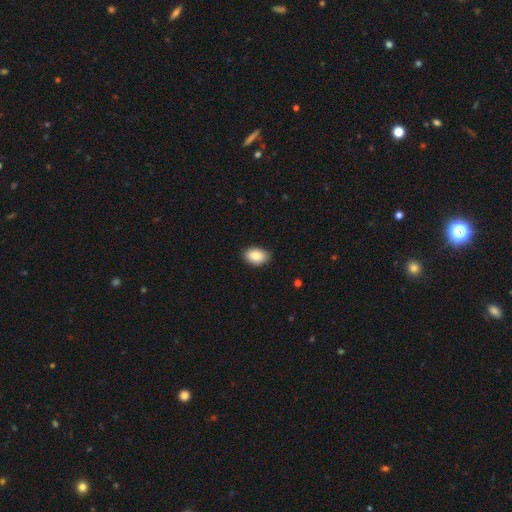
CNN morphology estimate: Q: Smooth or featured?
A: smooth (85%); runner-up: star or artifact (8%)
Q: How rounded?
A: in between (85%); runner-up: round (14%)
Q: Merging?
A: none (87%); runner-up: minor disturbance (10%)